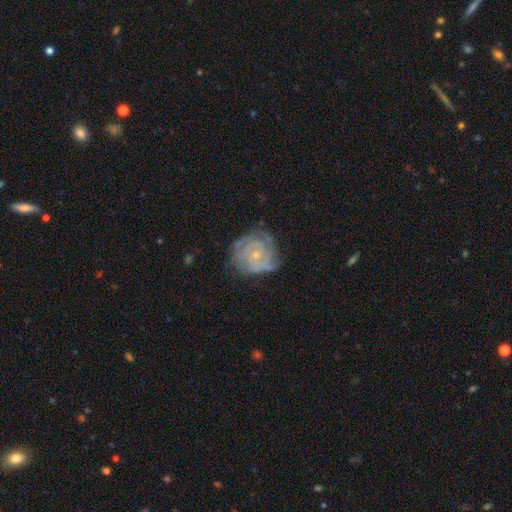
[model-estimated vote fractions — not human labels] featured or disk 81%, smooth 12%, star or artifact 7%. Down the decision tree: edge-on disk — no (98%); bar — no (78%); spiral arms — yes (93%); spiral arm count — can't tell (35%); spiral winding — tight (72%); bulge size — small (72%); merging — none (67%).